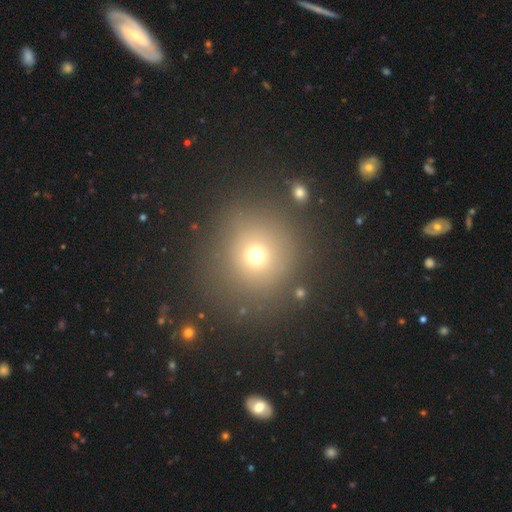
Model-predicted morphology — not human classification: This appears to be a smooth galaxy with no disk features (68%) that is round (91%). Merging: none (81%).